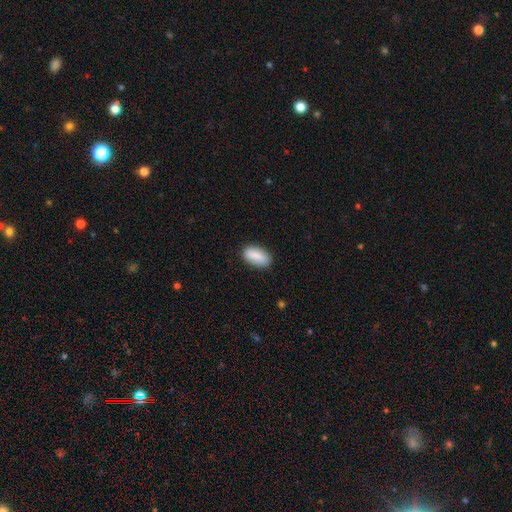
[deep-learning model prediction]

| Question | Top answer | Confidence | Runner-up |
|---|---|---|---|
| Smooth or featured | smooth | 84% | featured or disk (10%) |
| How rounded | in between | 91% | cigar-shaped (6%) |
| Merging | none | 84% | minor disturbance (12%) |